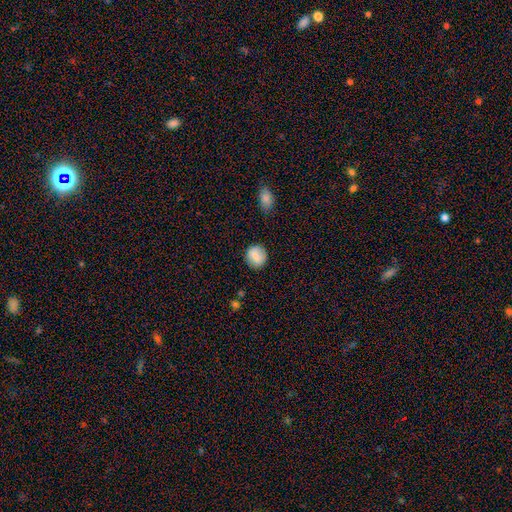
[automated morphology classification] This is likely a smooth galaxy (80%). How rounded: likely round (78%). Merging: clearly none (84%).